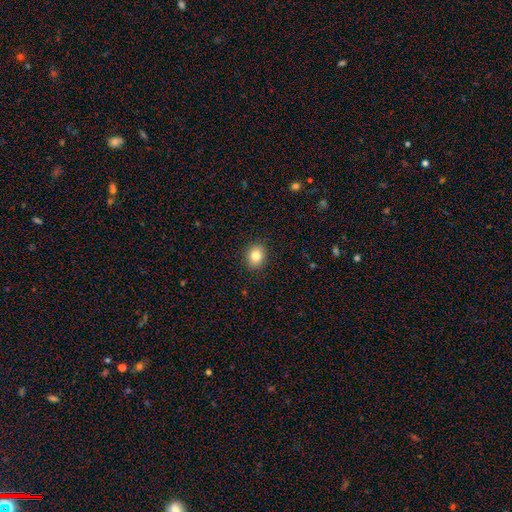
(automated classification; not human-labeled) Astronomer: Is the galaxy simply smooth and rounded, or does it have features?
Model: smooth — 83%.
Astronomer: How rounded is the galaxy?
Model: round — 60% (runner-up: in between, 39%).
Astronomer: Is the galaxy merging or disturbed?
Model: none — 90%.